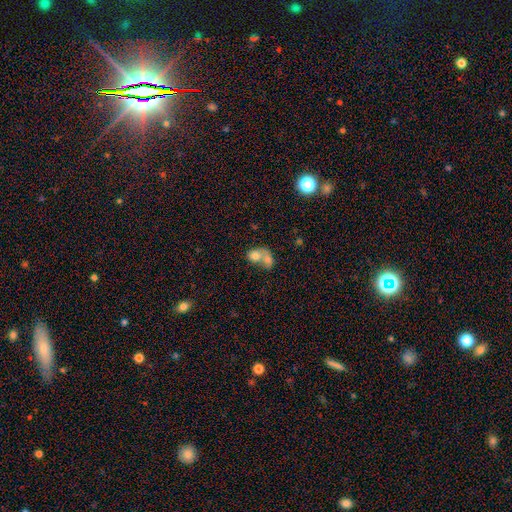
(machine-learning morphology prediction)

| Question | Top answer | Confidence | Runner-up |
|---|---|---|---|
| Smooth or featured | smooth | 68% | featured or disk (23%) |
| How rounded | in between | 51% | round (47%) |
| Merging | merger | 77% | none (13%) |